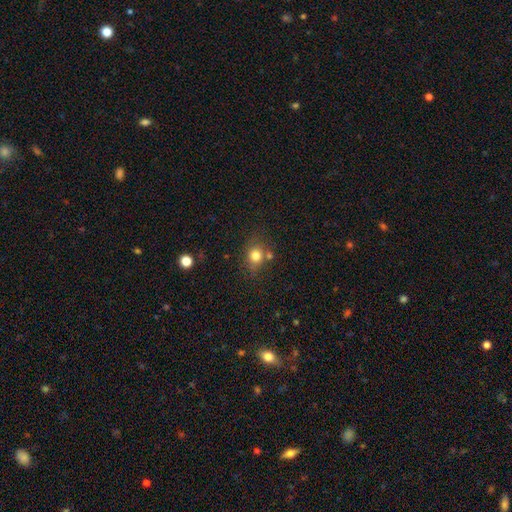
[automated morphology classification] This is likely a smooth galaxy (79%). How rounded: likely round (69%). Merging: likely none (68%).